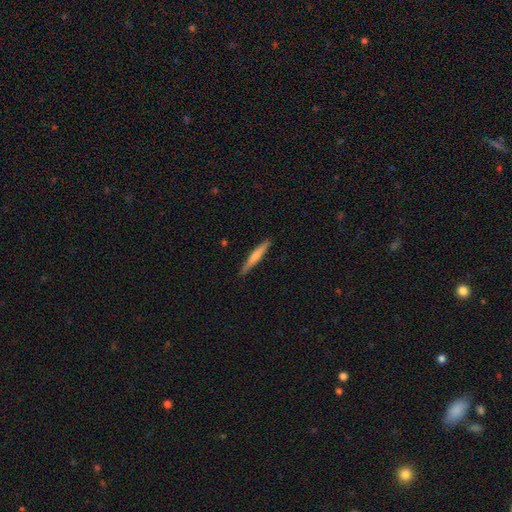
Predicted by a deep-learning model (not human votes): smooth_or_featured: smooth (p=0.56) [alt: featured or disk p=0.39]
how_rounded: cigar-shaped (p=0.95) [alt: in between p=0.04]
merging: none (p=0.89) [alt: minor disturbance p=0.08]